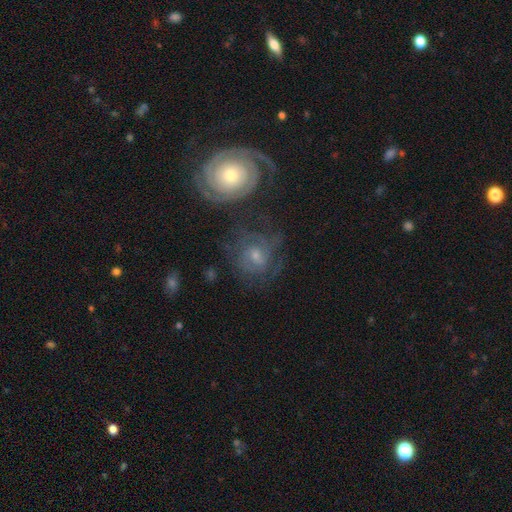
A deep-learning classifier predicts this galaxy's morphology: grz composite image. It shows a featured or disk galaxy (71%) with no bar (58%), tight (63%) spiral arms (91%) and a small central bulge (52%). Merging: none (59%).